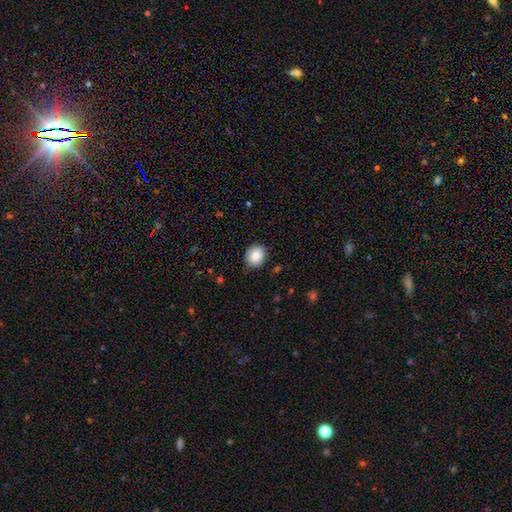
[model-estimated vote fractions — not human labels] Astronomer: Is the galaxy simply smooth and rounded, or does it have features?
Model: smooth — 87%.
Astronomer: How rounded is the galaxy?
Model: round — 68%.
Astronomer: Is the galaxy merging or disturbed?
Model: none — 87%.